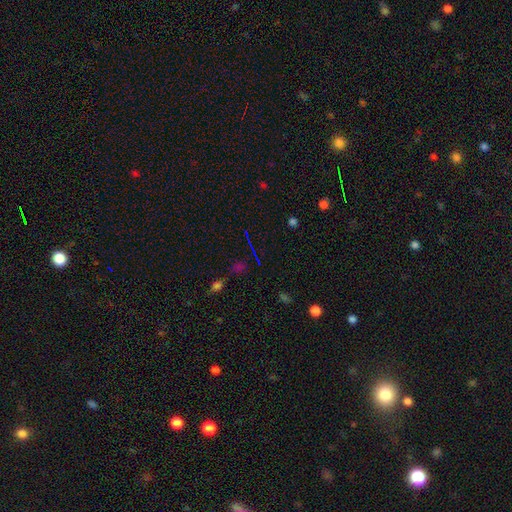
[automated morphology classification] A star or artifact, not a galaxy (68%).